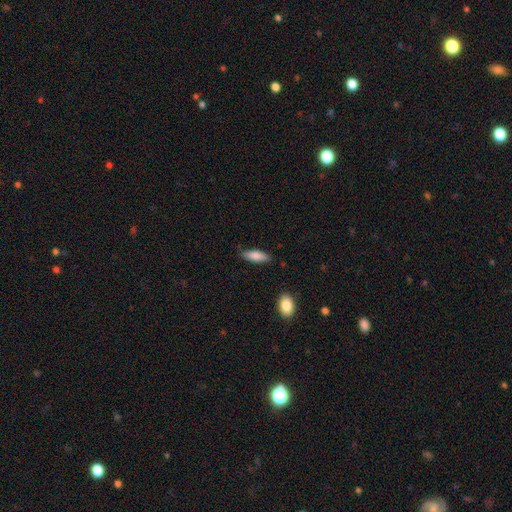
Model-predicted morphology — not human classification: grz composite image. It shows a smooth galaxy with no disk features (82%) that is in between round and cigar-shaped (56%). Merging: none (83%).